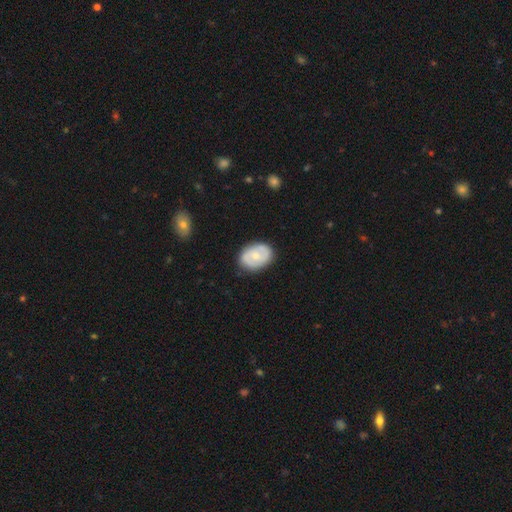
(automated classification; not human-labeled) A featured or disk galaxy (57%) with no bar (66%), spiral arms (74%) and a moderate central bulge (48%). Merging: none (82%).